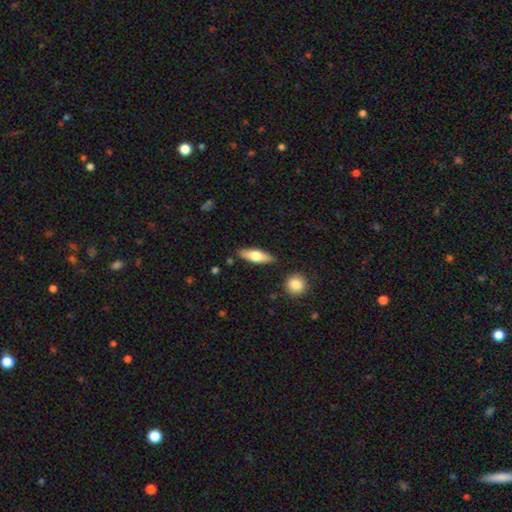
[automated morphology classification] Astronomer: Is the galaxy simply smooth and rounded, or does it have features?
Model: smooth — 60%.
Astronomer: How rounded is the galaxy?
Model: in between — 52% (runner-up: cigar-shaped, 45%).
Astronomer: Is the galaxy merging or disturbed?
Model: none — 85%.